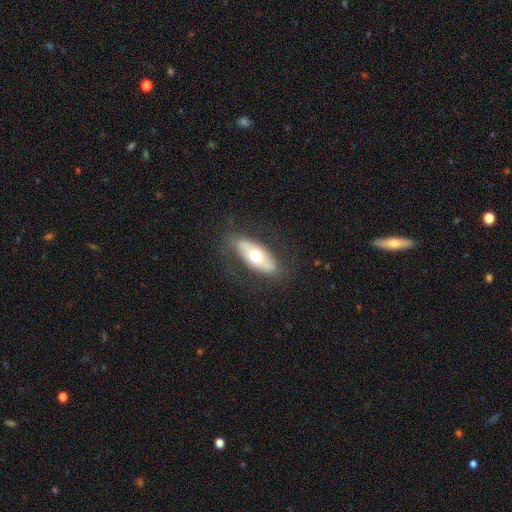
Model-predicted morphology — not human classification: Smooth or featured? Predicted: smooth (p=0.53). How rounded? Predicted: in between (p=0.79). Merging? Predicted: none (p=0.77).